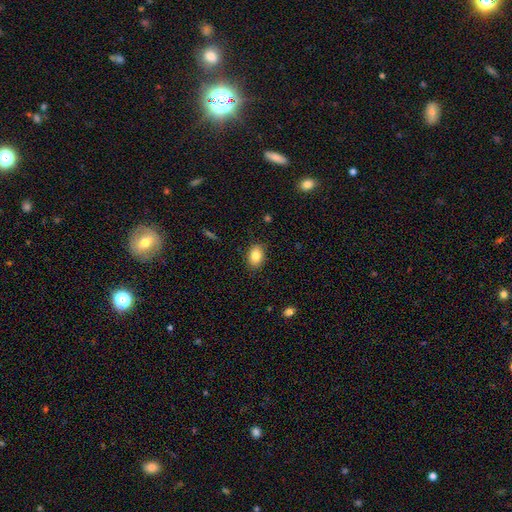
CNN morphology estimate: Smooth or featured: smooth — 83% (star or artifact — 9%)
How rounded: in between — 75% (round — 24%)
Merging: none — 87% (minor disturbance — 10%)